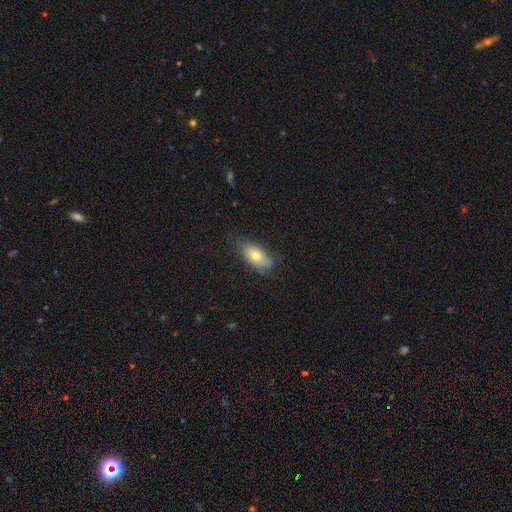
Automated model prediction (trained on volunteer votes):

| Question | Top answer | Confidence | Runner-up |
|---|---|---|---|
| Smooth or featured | smooth | 69% | featured or disk (23%) |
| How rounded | in between | 88% | cigar-shaped (8%) |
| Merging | none | 72% | minor disturbance (22%) |